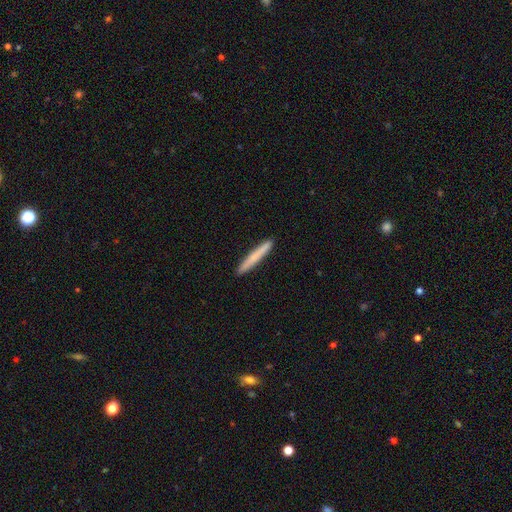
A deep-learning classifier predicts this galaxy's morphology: Smooth or featured? smooth (71%)
How rounded? cigar-shaped (97%)
Merging? none (92%)